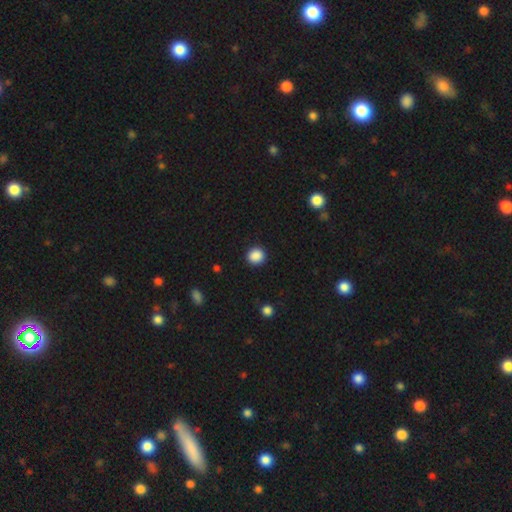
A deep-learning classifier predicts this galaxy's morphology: smooth_or_featured: smooth (p=0.88) [alt: star or artifact p=0.09]
how_rounded: round (p=0.89) [alt: in between p=0.10]
merging: none (p=0.91) [alt: minor disturbance p=0.06]